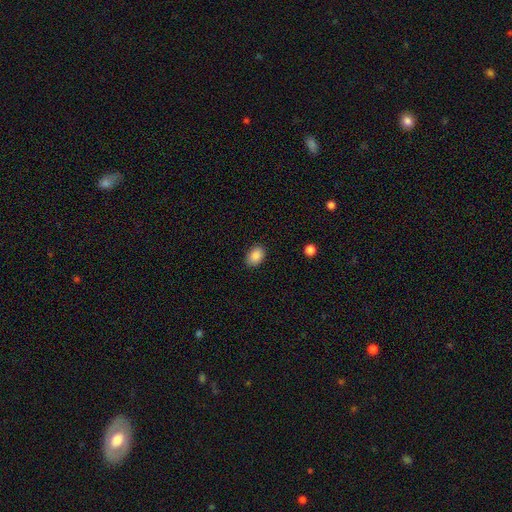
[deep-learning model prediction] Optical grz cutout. It shows a smooth galaxy with no disk features (88%) that is in between round and cigar-shaped (80%). Merging: none (87%).